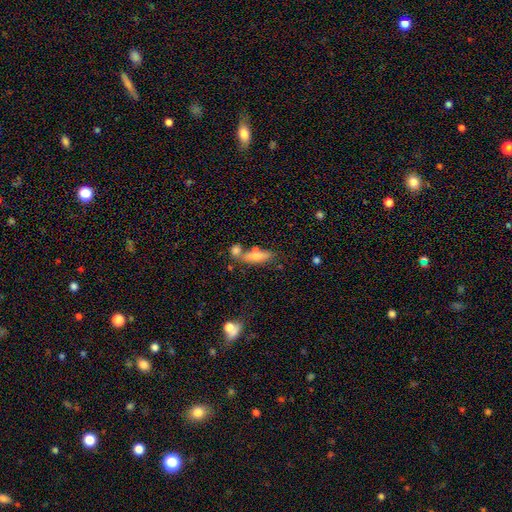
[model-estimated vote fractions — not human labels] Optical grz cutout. It shows a smooth galaxy with no disk features (62%) that is cigar-shaped (61%). Merging: none (54%).